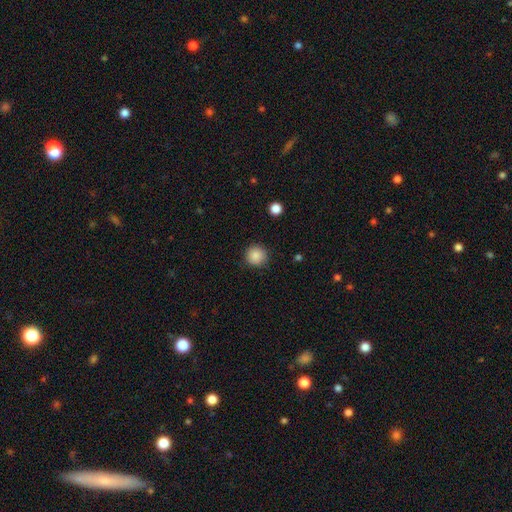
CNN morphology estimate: Overall: smooth (87%). How rounded: round (93%). Merging: none (87%).